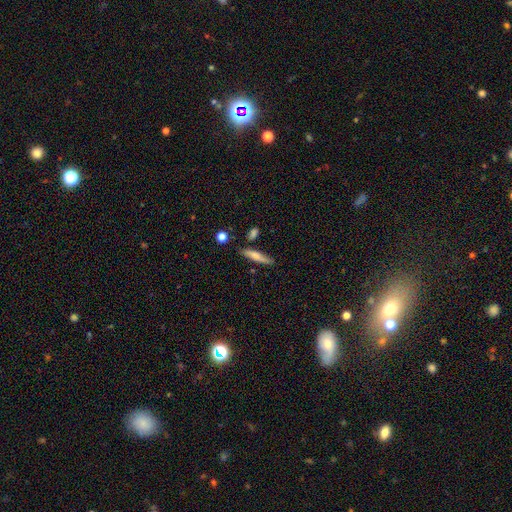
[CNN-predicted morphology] smooth-or-featured: smooth: 66% | featured or disk: 27% | star or artifact: 7%
  how-rounded: cigar-shaped: 84% | in between: 14% | round: 2%
  merging: none: 76% | minor disturbance: 16% | merger: 5% | major disturbance: 3%